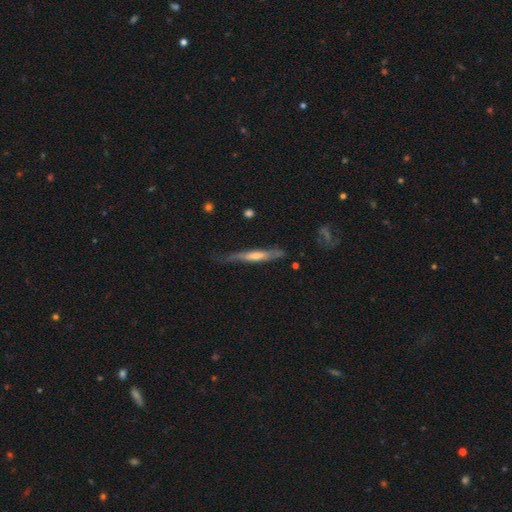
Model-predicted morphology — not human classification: Q: Smooth or featured?
A: featured or disk (58%); runner-up: smooth (36%)
Q: Edge-on disk?
A: yes (86%); runner-up: no (14%)
Q: Edge-on bulge?
A: rounded (45%); runner-up: none (38%)
Q: Merging?
A: none (64%); runner-up: minor disturbance (26%)